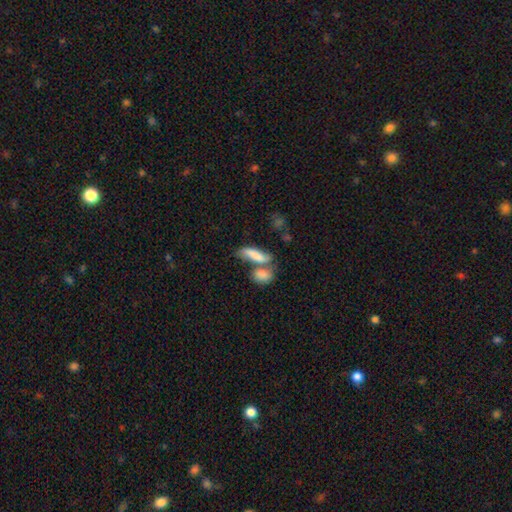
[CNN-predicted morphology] Overall: smooth (78%). How rounded: in between (63%; cigar-shaped 32%). Merging: merger (56%; none 28%).